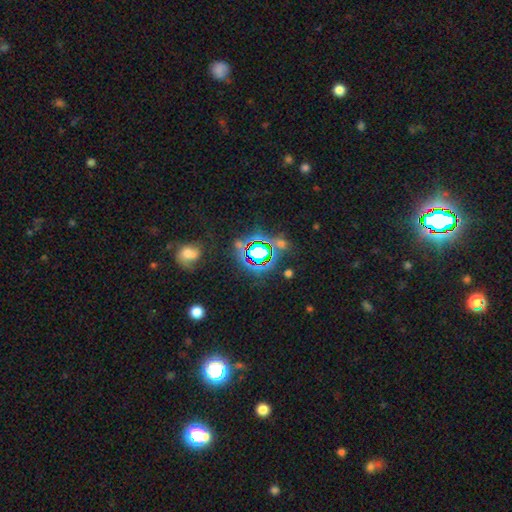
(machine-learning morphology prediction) A star or artifact, not a galaxy (74%).

Vote fractions:
- Smooth or featured? star or artifact: 74% / smooth: 15% / featured or disk: 11%